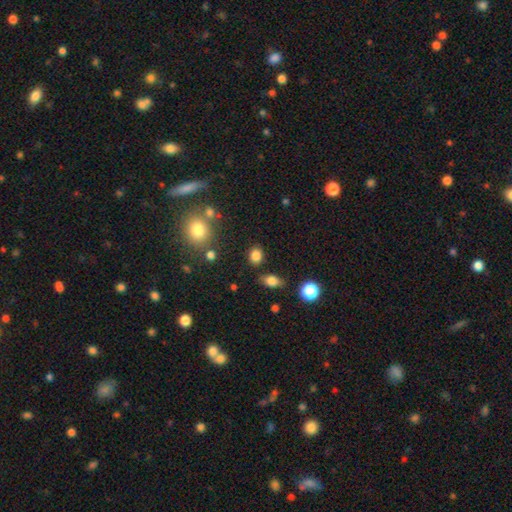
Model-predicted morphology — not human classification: Smooth or featured? smooth (83%)
How rounded? in between (49%, tied with round)
Merging? none (81%)